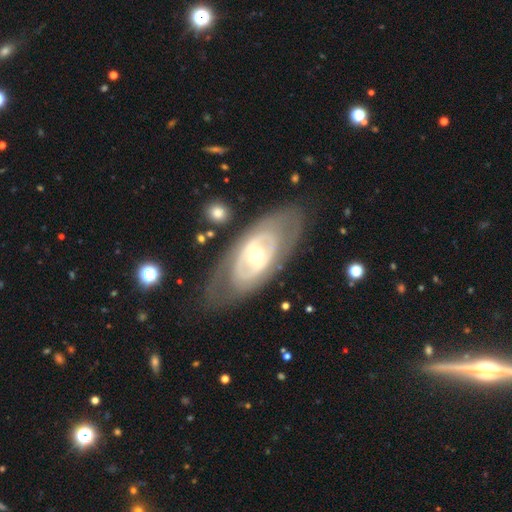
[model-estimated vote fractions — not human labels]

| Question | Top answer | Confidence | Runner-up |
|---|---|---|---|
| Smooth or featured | featured or disk | 74% | smooth (21%) |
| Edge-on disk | no | 90% | yes (10%) |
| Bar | no | 74% | weak (17%) |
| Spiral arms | no | 69% | yes (31%) |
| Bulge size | moderate | 60% | small (33%) |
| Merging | none | 76% | minor disturbance (14%) |